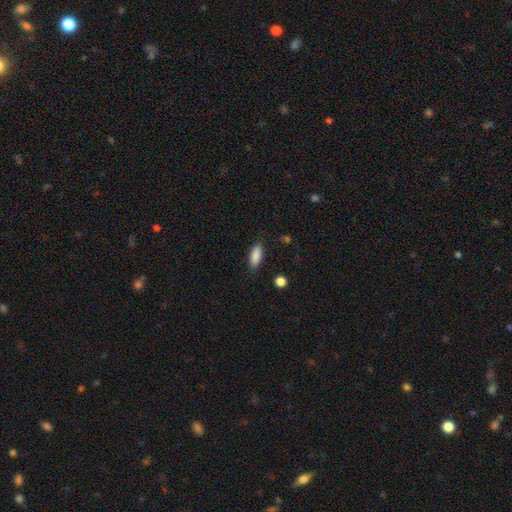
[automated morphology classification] smooth 88%, star or artifact 7%, featured or disk 5%. Down the decision tree: how rounded — in between (77%); merging — none (85%).